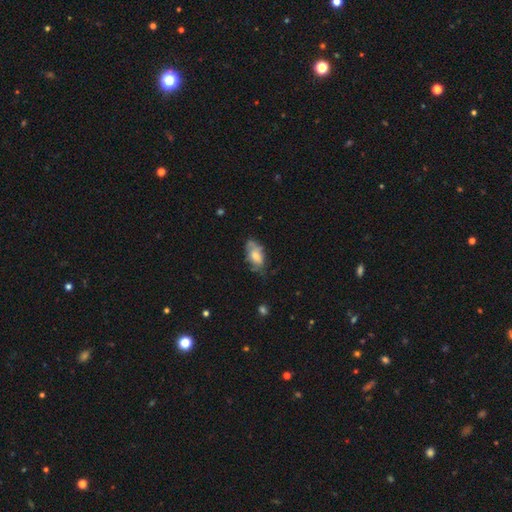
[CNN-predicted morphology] This appears to be a smooth galaxy with no disk features (56%) that is in between round and cigar-shaped (90%). Merging: none (49%).